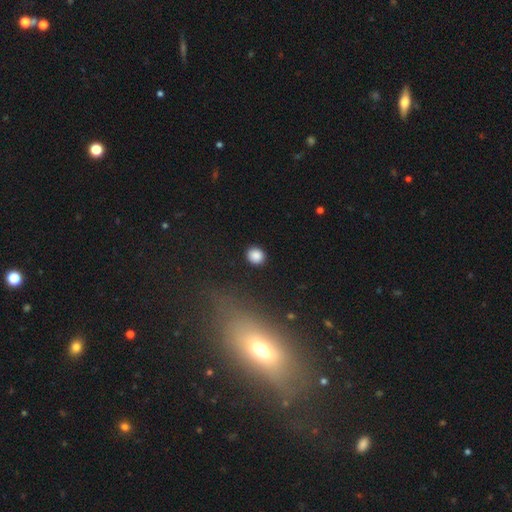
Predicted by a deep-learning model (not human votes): smooth_or_featured: smooth (p=0.86) [alt: star or artifact p=0.10]
how_rounded: round (p=0.82) [alt: in between p=0.17]
merging: none (p=0.90) [alt: minor disturbance p=0.07]